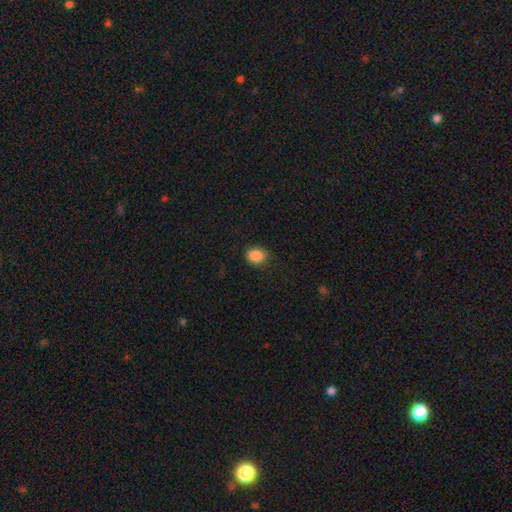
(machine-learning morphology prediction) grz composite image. It shows a smooth galaxy with no disk features (88%) that is round (60%). Merging: none (84%).